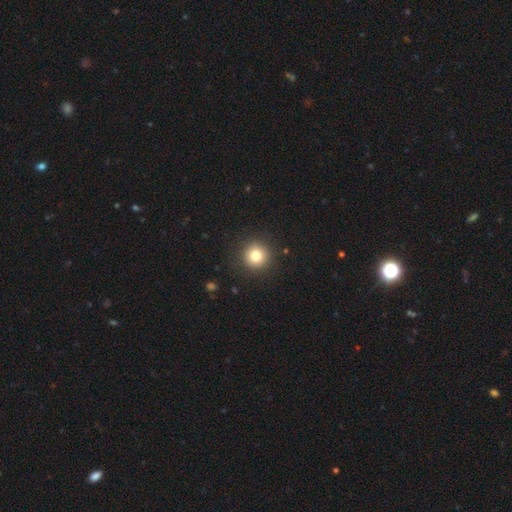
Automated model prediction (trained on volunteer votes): Smooth or featured? Predicted: smooth (p=0.80). How rounded? Predicted: round (p=0.95). Merging? Predicted: none (p=0.91).